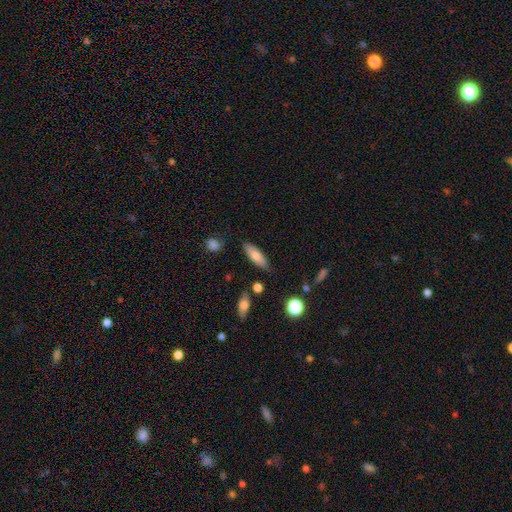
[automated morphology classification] Smooth or featured? smooth (75%)
How rounded? in between (60%)
Merging? none (81%)